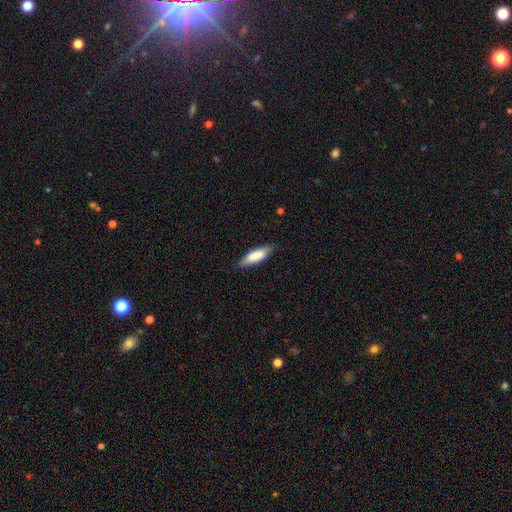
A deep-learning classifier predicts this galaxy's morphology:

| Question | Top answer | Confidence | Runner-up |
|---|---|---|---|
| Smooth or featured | smooth | 80% | featured or disk (15%) |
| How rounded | cigar-shaped | 52% | in between (46%) |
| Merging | none | 82% | minor disturbance (14%) |